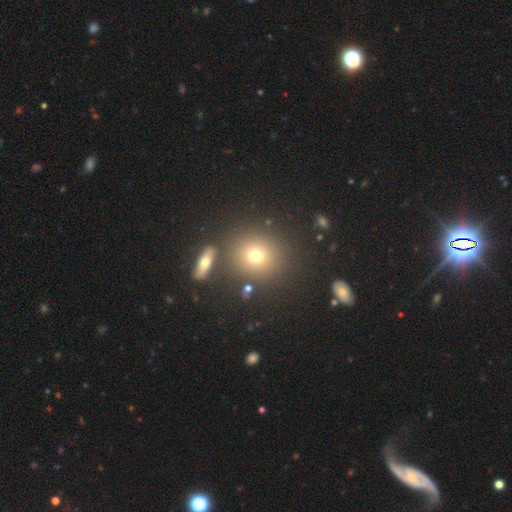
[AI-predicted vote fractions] Smooth or featured: smooth — 71% (star or artifact — 17%)
How rounded: round — 84% (in between — 14%)
Merging: none — 81% (minor disturbance — 8%)